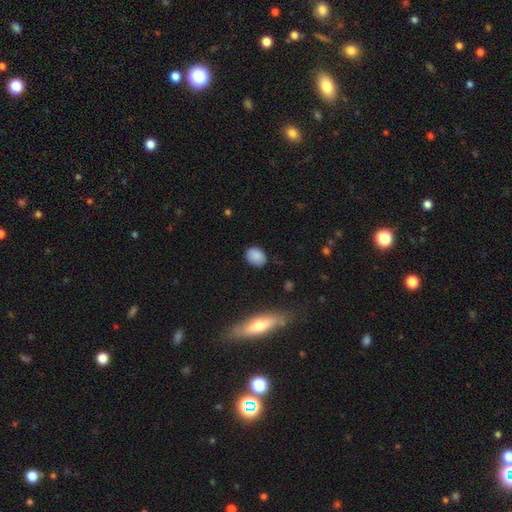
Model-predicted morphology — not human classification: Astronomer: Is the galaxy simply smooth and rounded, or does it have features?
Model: smooth — 85%.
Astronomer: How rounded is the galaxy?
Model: in between — 63%.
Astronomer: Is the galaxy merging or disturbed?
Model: none — 81%.